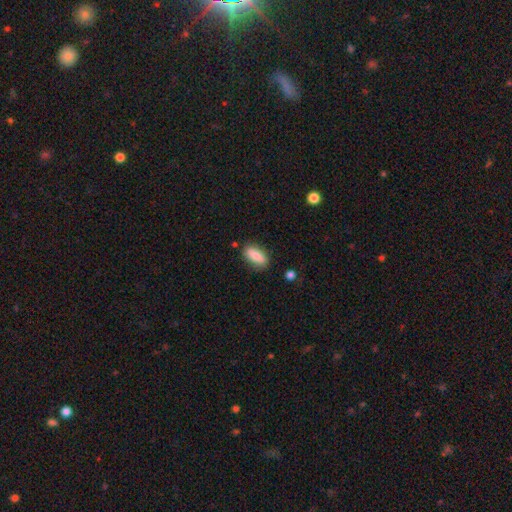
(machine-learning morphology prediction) A smooth galaxy with no disk features (79%) that is in between round and cigar-shaped (80%).

Vote fractions:
- Smooth or featured? smooth: 79% / featured or disk: 14% / star or artifact: 7%
- How rounded? in between: 80% / cigar-shaped: 16% / round: 3%
- Merging? none: 81% / minor disturbance: 13% / major disturbance: 3% / merger: 3%